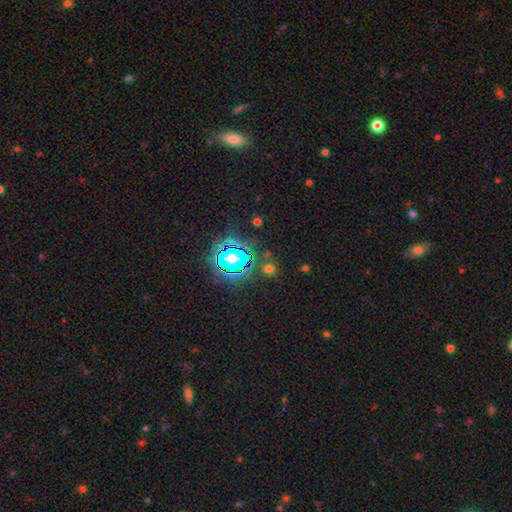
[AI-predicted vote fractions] smooth-or-featured: star or artifact: 78% | smooth: 14% | featured or disk: 8%